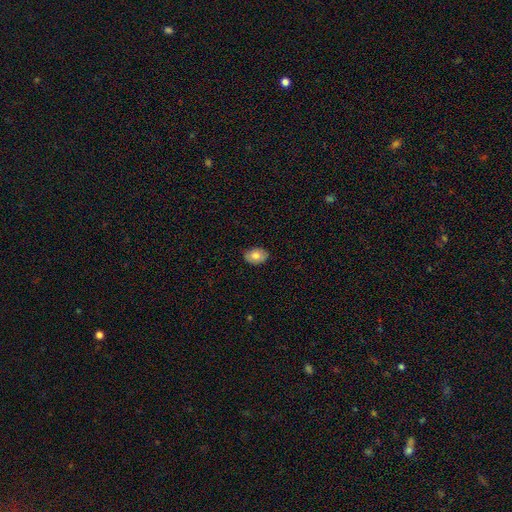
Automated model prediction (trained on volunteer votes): smooth-or-featured: smooth: 79% | featured or disk: 14% | star or artifact: 7%
  how-rounded: in between: 80% | round: 19% | cigar-shaped: 1%
  merging: none: 85% | minor disturbance: 12% | major disturbance: 2% | merger: 1%